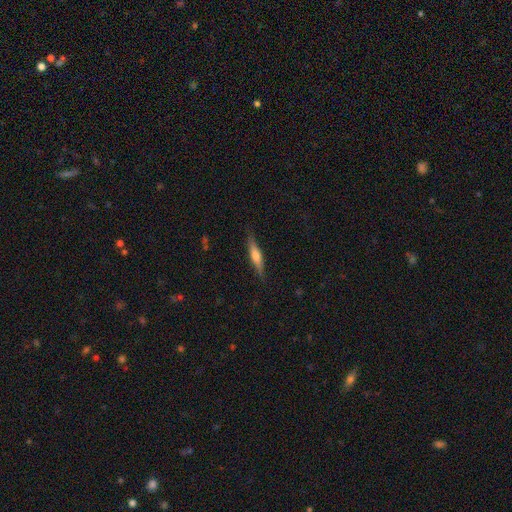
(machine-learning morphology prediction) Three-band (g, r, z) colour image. It shows a smooth galaxy with no disk features (50%) that is cigar-shaped (82%). Merging: none (84%).